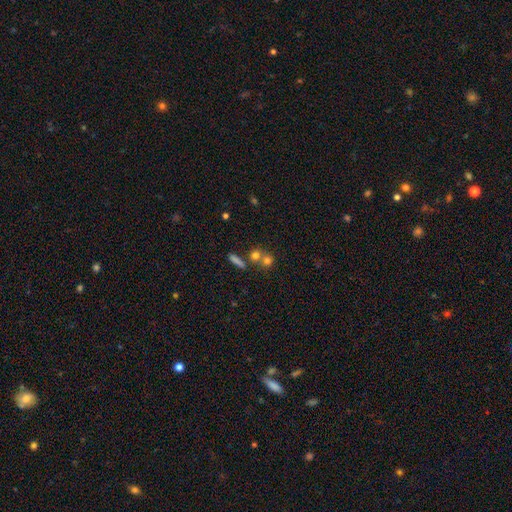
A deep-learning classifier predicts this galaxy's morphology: type=smooth (71%); roundness=round (80%); merging=none (48%).